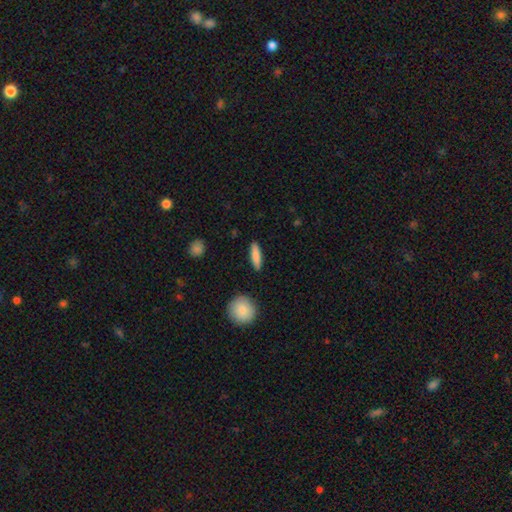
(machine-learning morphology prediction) smooth-or-featured: smooth: 82% | featured or disk: 12% | star or artifact: 6%
  how-rounded: cigar-shaped: 70% | in between: 27% | round: 2%
  merging: none: 89% | minor disturbance: 7% | merger: 2% | major disturbance: 2%